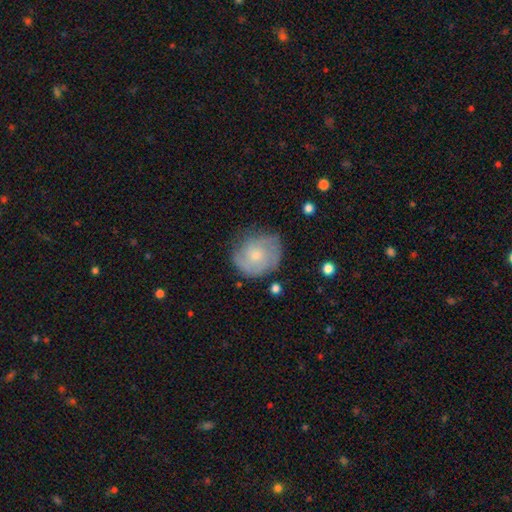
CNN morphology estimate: Q: Smooth or featured?
A: featured or disk (55%); runner-up: smooth (38%)
Q: Edge-on disk?
A: no (98%); runner-up: yes (2%)
Q: Bar?
A: no (79%); runner-up: weak (19%)
Q: Spiral arms?
A: yes (80%); runner-up: no (20%)
Q: Bulge size?
A: small (54%); runner-up: moderate (39%)
Q: Merging?
A: none (68%); runner-up: minor disturbance (23%)